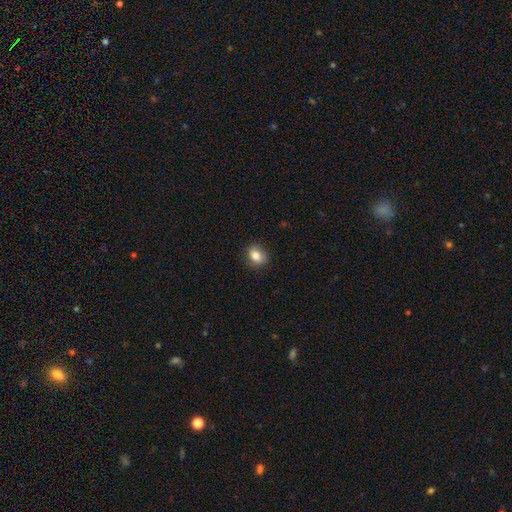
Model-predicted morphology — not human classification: A smooth galaxy with no disk features (83%) that is in between round and cigar-shaped (57%).

Vote fractions:
- Smooth or featured? smooth: 83% / star or artifact: 9% / featured or disk: 8%
- How rounded? in between: 57% / round: 42% / cigar-shaped: 1%
- Merging? none: 86% / minor disturbance: 11% / major disturbance: 2% / merger: 1%